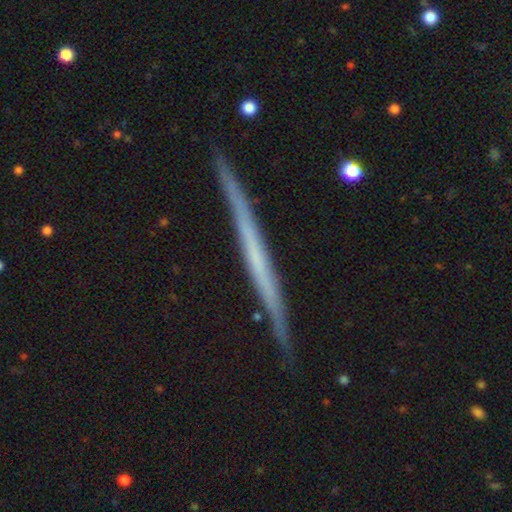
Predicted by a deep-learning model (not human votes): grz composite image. It shows a featured or disk galaxy (66%) viewed edge-on (97%) with no central bulge (89%). Merging: none (89%).